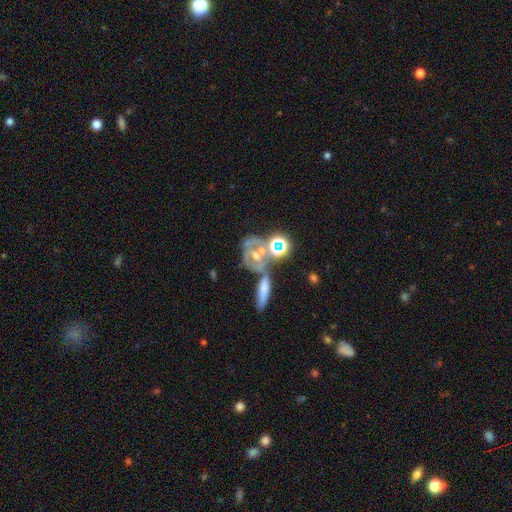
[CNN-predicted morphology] The model was most divided on "merging": merger: 40%, none: 34%, minor disturbance: 13%, major disturbance: 12%. Remaining: smooth or featured — featured or disk (45%).